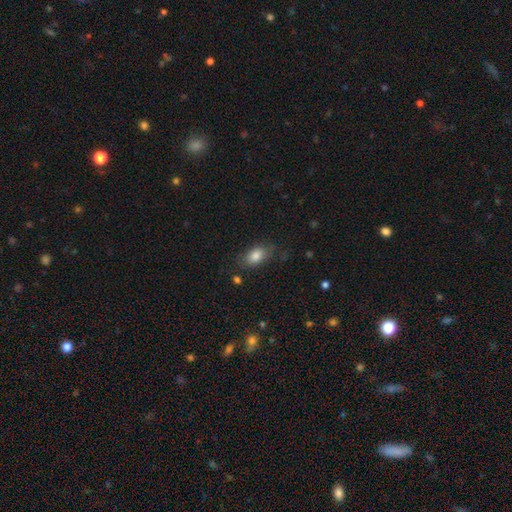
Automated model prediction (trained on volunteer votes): This is clearly a smooth galaxy (83%). How rounded: clearly in between (87%). Merging: likely none (73%).